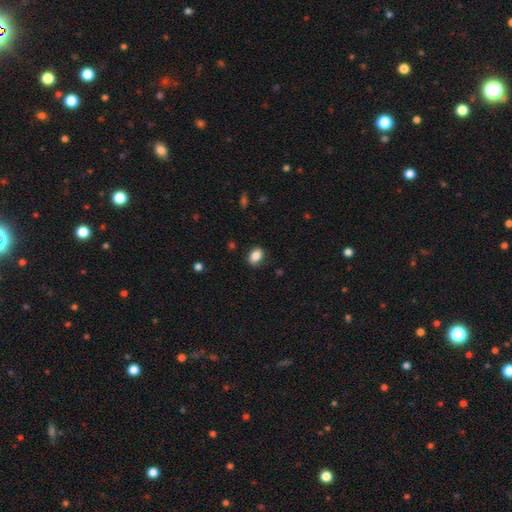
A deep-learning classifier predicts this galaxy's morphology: Smooth or featured: smooth — 86% (star or artifact — 8%)
How rounded: in between — 77% (round — 21%)
Merging: none — 83% (minor disturbance — 13%)